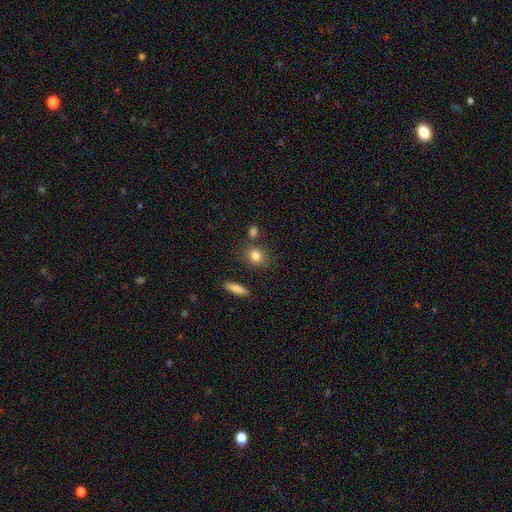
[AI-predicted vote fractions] The model was most divided on "how rounded": in between: 50%, round: 47%, cigar-shaped: 3%. More confident: smooth or featured — smooth (82%); merging — none (73%).